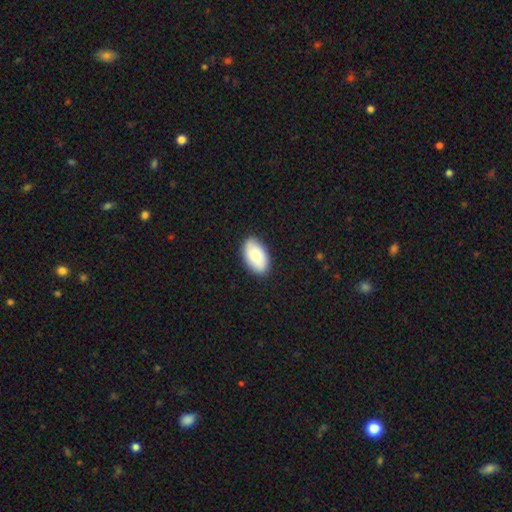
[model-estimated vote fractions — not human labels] smooth-or-featured: smooth: 82% | featured or disk: 13% | star or artifact: 6%
  how-rounded: in between: 94% | round: 4% | cigar-shaped: 1%
  merging: none: 87% | minor disturbance: 10% | major disturbance: 2% | merger: 1%